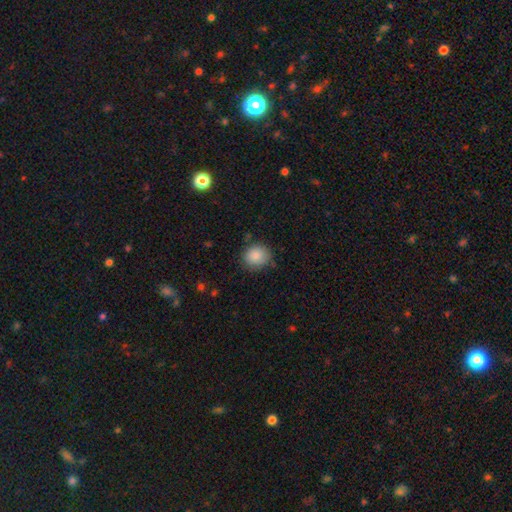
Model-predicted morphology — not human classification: smooth 85%, star or artifact 9%, featured or disk 6%. Down the decision tree: how rounded — round (78%); merging — none (78%).